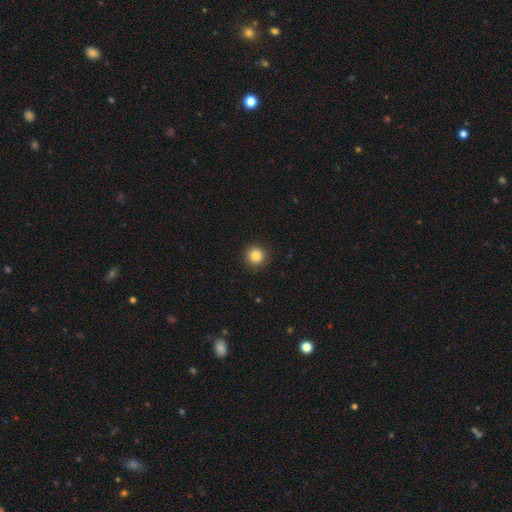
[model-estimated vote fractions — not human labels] Q: Smooth or featured?
A: smooth (85%); runner-up: star or artifact (10%)
Q: How rounded?
A: round (95%); runner-up: in between (4%)
Q: Merging?
A: none (92%); runner-up: minor disturbance (5%)